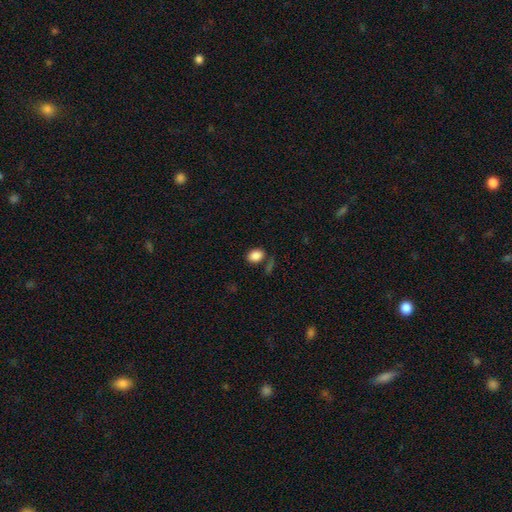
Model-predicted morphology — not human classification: smooth_or_featured: smooth (p=0.86) [alt: star or artifact p=0.09]
how_rounded: in between (p=0.75) [alt: round p=0.23]
merging: none (p=0.73) [alt: minor disturbance p=0.13]